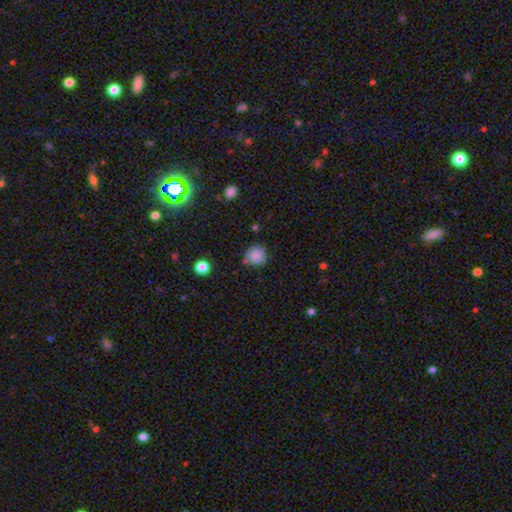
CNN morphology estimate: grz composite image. It shows a smooth galaxy with no disk features (86%) that is round (90%). Merging: none (77%).